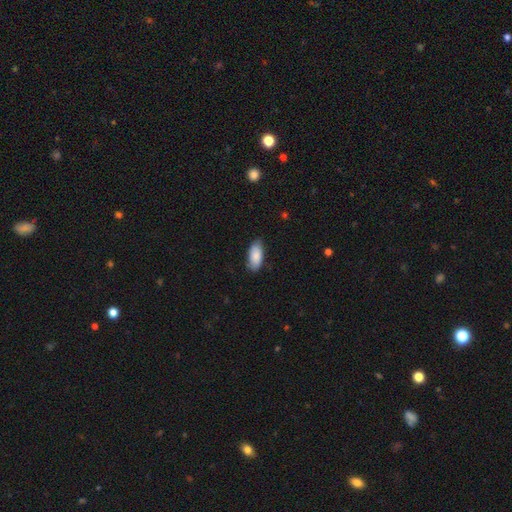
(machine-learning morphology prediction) Smooth or featured: smooth — 86% (featured or disk — 9%)
How rounded: in between — 90% (cigar-shaped — 8%)
Merging: none — 80% (minor disturbance — 16%)